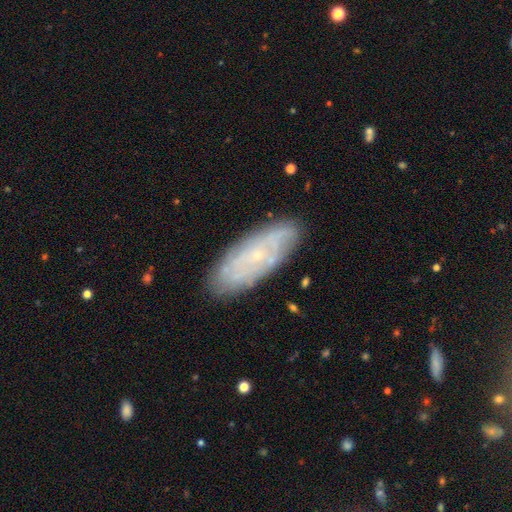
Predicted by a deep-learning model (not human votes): This appears to be a featured or disk galaxy (62%) with no bar (79%), spiral arms (72%) and a small central bulge (84%). Merging: none (83%).